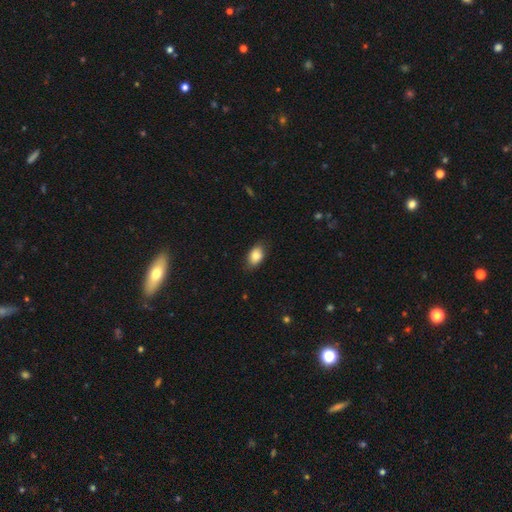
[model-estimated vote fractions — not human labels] The model was most divided on "merging": none: 81%, minor disturbance: 16%, major disturbance: 3%, merger: 1%. More confident: how rounded — in between (87%); smooth or featured — smooth (85%).